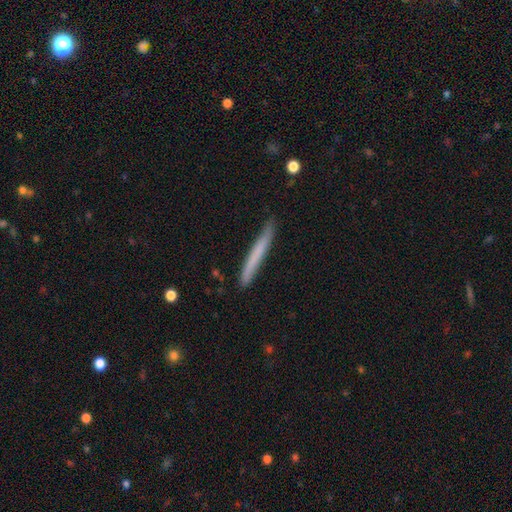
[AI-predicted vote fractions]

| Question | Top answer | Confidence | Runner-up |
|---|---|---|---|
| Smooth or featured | smooth | 63% | featured or disk (31%) |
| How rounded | cigar-shaped | 97% | in between (2%) |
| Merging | none | 86% | minor disturbance (11%) |